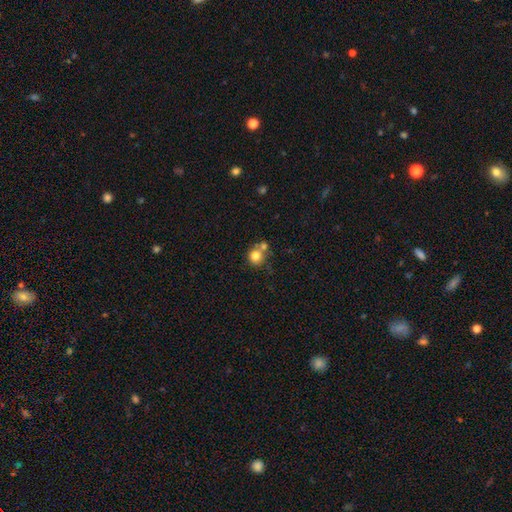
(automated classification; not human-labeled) Morphology: type=smooth (79%); roundness=round (89%); merging=none (53%).